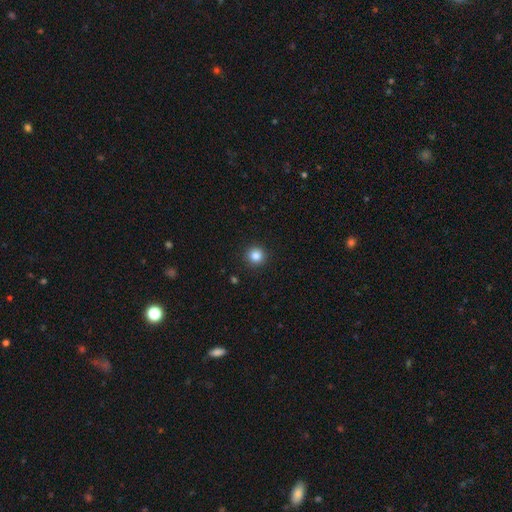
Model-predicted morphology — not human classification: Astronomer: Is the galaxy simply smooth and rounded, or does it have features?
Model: smooth — 85%.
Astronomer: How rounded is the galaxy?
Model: round — 94%.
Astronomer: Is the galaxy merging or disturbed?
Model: none — 92%.